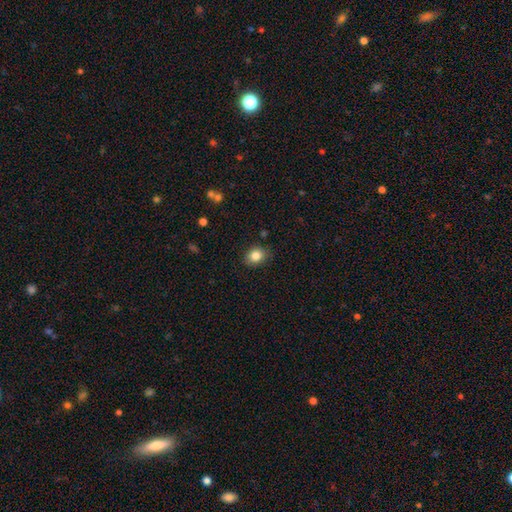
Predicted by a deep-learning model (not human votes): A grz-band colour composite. It shows a smooth galaxy with no disk features (84%) that is in between round and cigar-shaped (53%). Merging: none (84%).